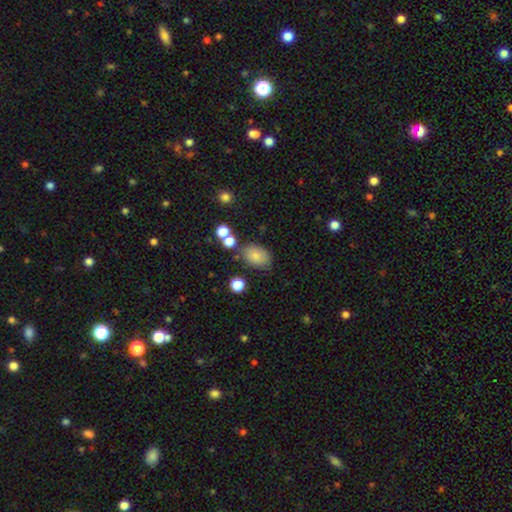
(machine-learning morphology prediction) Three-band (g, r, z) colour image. It shows a smooth galaxy with no disk features (81%) that is in between round and cigar-shaped (81%). Merging: none (69%).